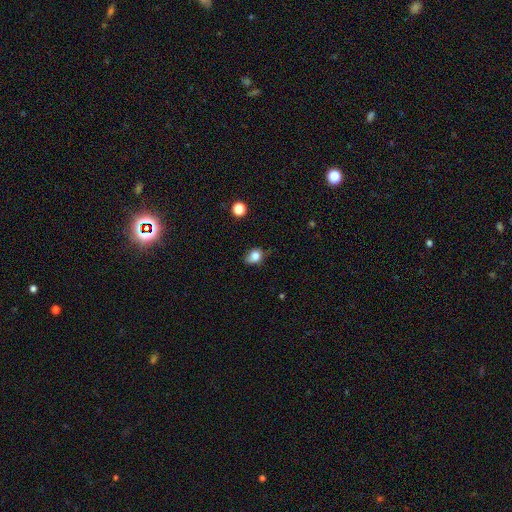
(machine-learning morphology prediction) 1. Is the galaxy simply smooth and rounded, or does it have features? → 81% smooth, 10% star or artifact, 9% featured or disk.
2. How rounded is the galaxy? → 60% in between, 39% round, 1% cigar-shaped.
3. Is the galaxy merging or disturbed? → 58% none, 33% minor disturbance, 7% major disturbance, 2% merger.